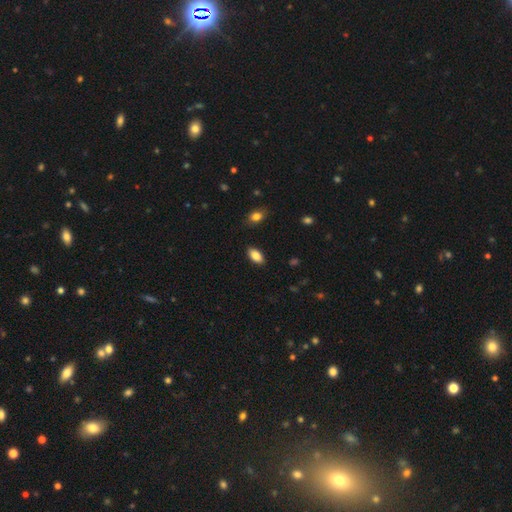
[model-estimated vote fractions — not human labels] Smooth or featured: smooth — 83% (featured or disk — 10%)
How rounded: in between — 91% (cigar-shaped — 6%)
Merging: none — 88% (minor disturbance — 9%)